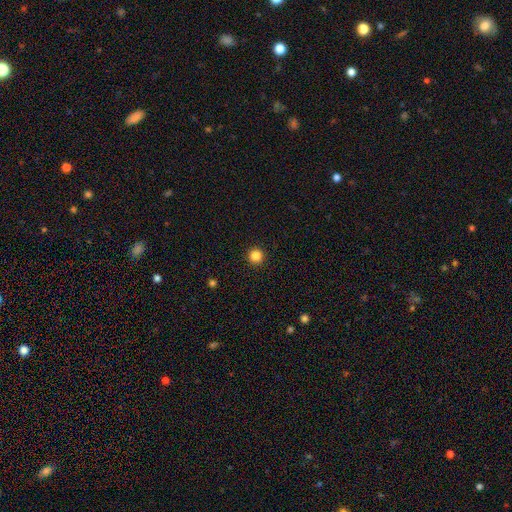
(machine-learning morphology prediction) The model was most divided on "smooth or featured": smooth: 85%, star or artifact: 12%, featured or disk: 3%. More confident: how rounded — round (96%); merging — none (93%).